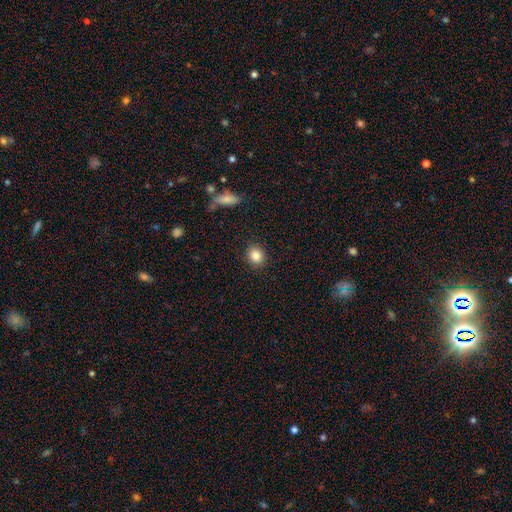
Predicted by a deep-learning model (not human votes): A smooth galaxy with no disk features (84%) that is round (76%).

Vote fractions:
- Smooth or featured? smooth: 84% / star or artifact: 10% / featured or disk: 6%
- How rounded? round: 76% / in between: 23% / cigar-shaped: 1%
- Merging? none: 90% / minor disturbance: 7% / major disturbance: 2% / merger: 1%